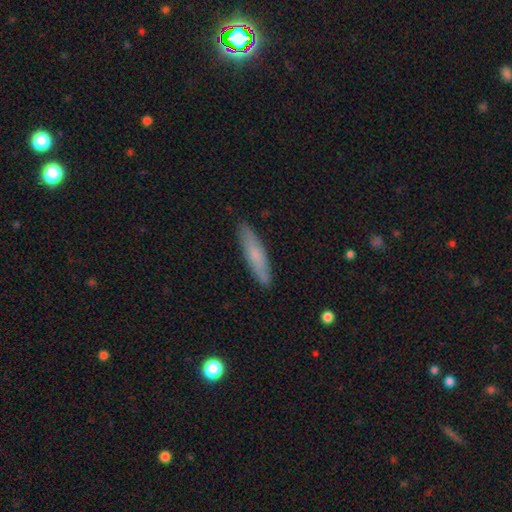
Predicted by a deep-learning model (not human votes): The model was most divided on "smooth or featured": smooth: 68%, featured or disk: 25%, star or artifact: 6%. More confident: merging — none (88%); how rounded — cigar-shaped (84%).